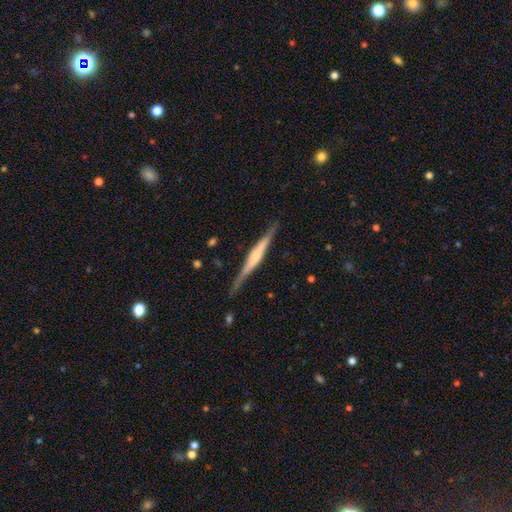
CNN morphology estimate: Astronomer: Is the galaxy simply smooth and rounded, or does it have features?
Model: featured or disk — 72%.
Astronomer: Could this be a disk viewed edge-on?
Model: yes — 97%.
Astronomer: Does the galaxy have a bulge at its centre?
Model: rounded — 45% (runner-up: boxy, 35%).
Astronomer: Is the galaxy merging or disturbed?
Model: none — 84%.